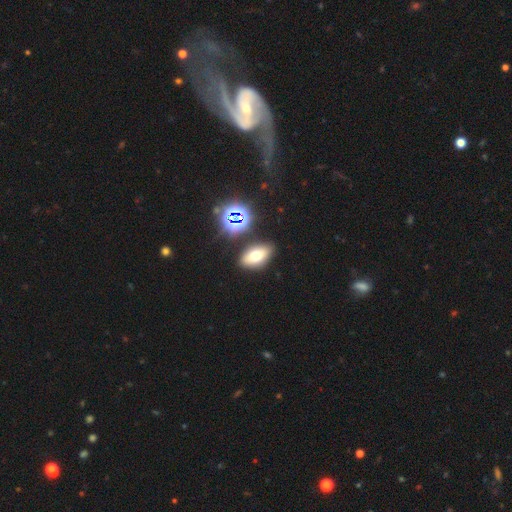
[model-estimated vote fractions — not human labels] Overall: smooth (63%). How rounded: in between (87%). Merging: none (82%).